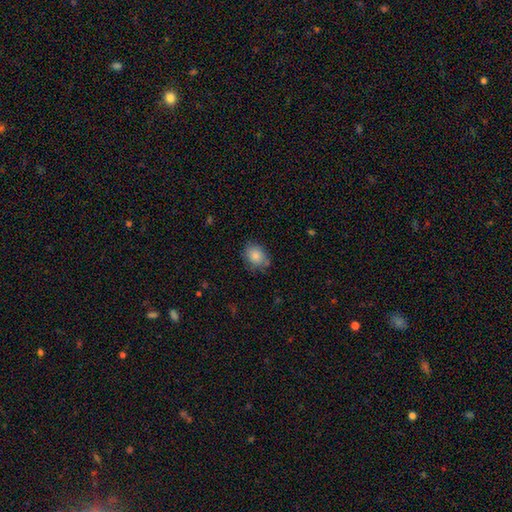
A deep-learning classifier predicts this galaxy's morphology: The model was most divided on "how rounded": in between: 53%, round: 46%, cigar-shaped: 1%. More confident: smooth or featured — smooth (84%); merging — none (72%).